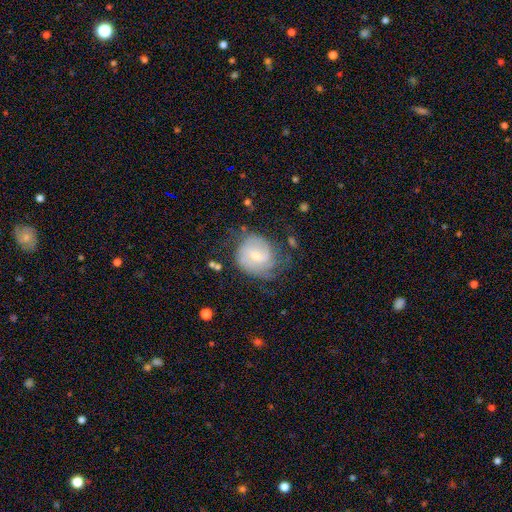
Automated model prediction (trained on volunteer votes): This is likely a featured or disk galaxy (66%). It is clearly not viewed edge-on (97%). Bar: possibly weak (58%). Spiral arm pattern: clearly yes (86%). Spiral arm count: marginally 2 (44%). Spiral winding: marginally tight (43%). Central bulge: possibly small (56%). Merging: possibly none (53%).